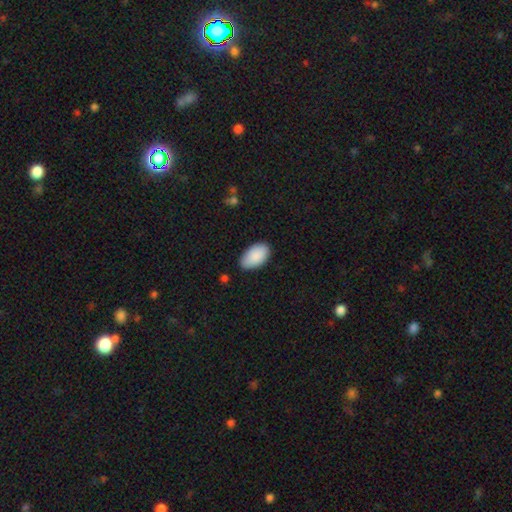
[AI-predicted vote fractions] The model was most divided on "merging": none: 80%, minor disturbance: 16%, major disturbance: 2%, merger: 1%. More confident: how rounded — in between (96%); smooth or featured — smooth (90%).